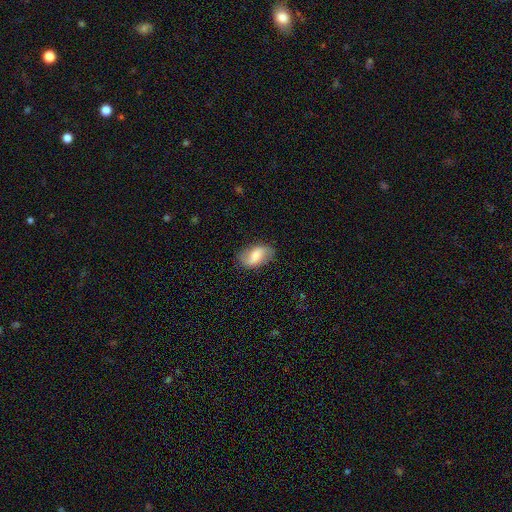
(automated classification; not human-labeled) This is possibly a featured or disk galaxy (50%). It is clearly not viewed edge-on (96%). Merging: likely none (79%).